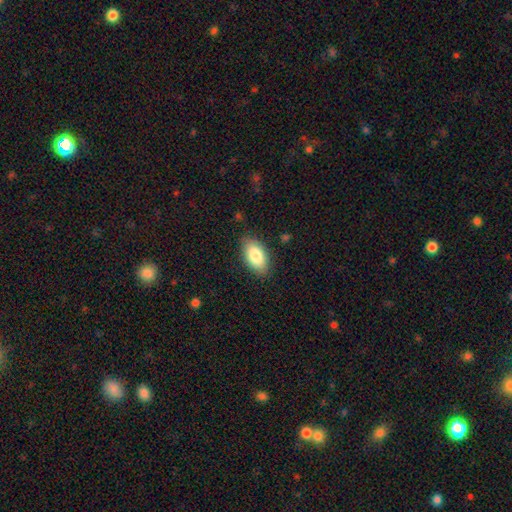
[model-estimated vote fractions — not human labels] smooth-or-featured: smooth: 84% | featured or disk: 9% | star or artifact: 6%
  how-rounded: in between: 94% | round: 3% | cigar-shaped: 3%
  merging: none: 84% | minor disturbance: 12% | major disturbance: 3% | merger: 1%